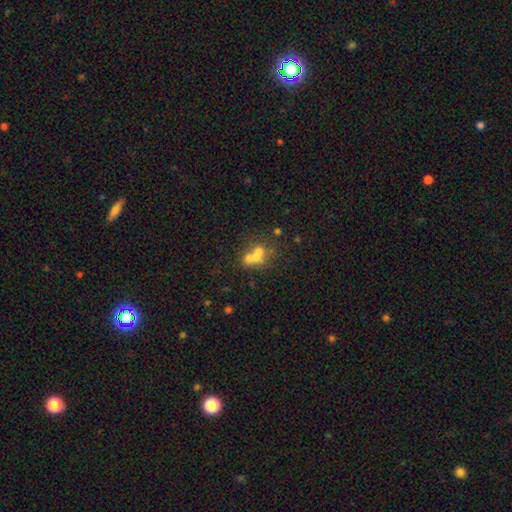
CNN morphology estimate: Q: Smooth or featured?
A: smooth (51%); runner-up: featured or disk (31%)
Q: How rounded?
A: round (71%); runner-up: in between (27%)
Q: Merging?
A: merger (58%); runner-up: none (29%)